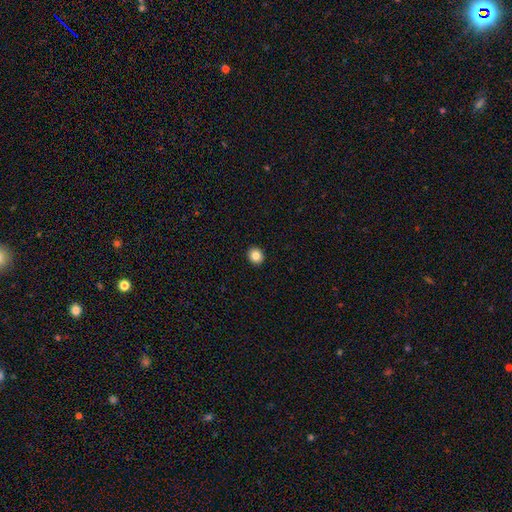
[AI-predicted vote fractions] Morphology: type=smooth (84%); roundness=round (75%); merging=none (93%).